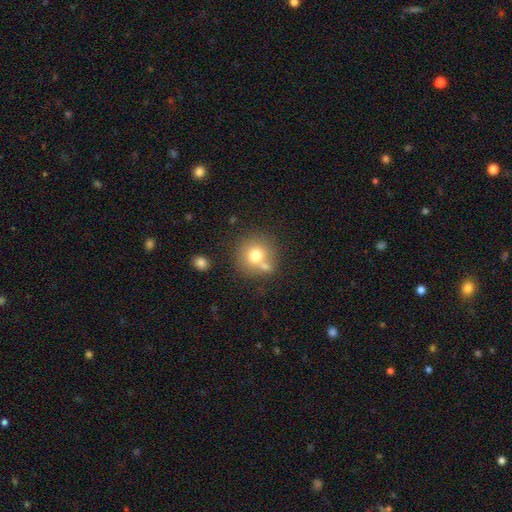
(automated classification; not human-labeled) This appears to be a smooth galaxy with no disk features (73%) that is round (91%). Merging: none (61%).